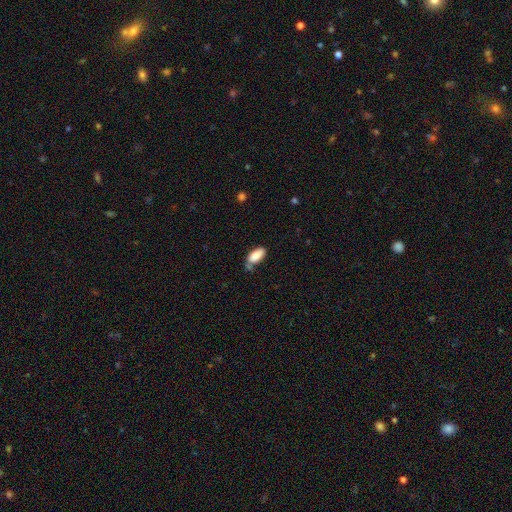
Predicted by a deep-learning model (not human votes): Smooth or featured? smooth (85%)
How rounded? in between (91%)
Merging? none (57%)